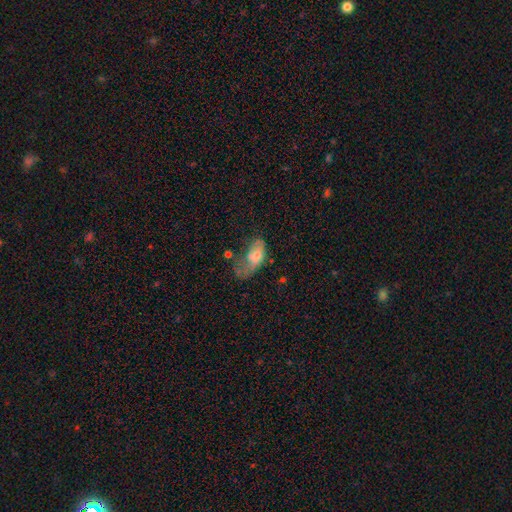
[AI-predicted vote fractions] Smooth or featured? Predicted: smooth (p=0.54). How rounded? Predicted: in between (p=0.88). Merging? Predicted: major disturbance (p=0.52).